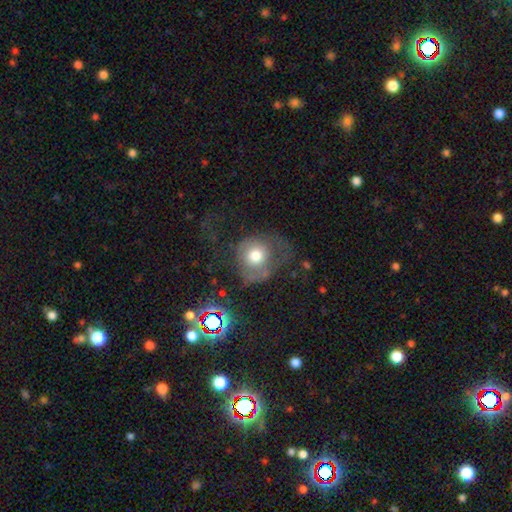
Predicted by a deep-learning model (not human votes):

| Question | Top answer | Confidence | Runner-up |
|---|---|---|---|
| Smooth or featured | smooth | 61% | featured or disk (28%) |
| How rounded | round | 76% | in between (23%) |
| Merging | major disturbance | 44% | none (31%) |